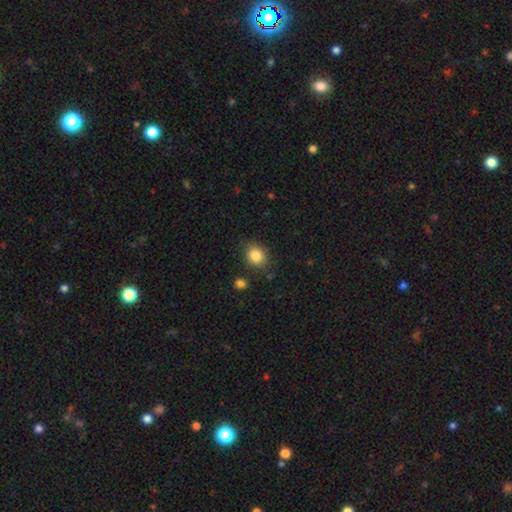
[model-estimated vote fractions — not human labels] smooth_or_featured: smooth (p=0.85) [alt: star or artifact p=0.10]
how_rounded: round (p=0.70) [alt: in between p=0.30]
merging: none (p=0.83) [alt: minor disturbance p=0.10]